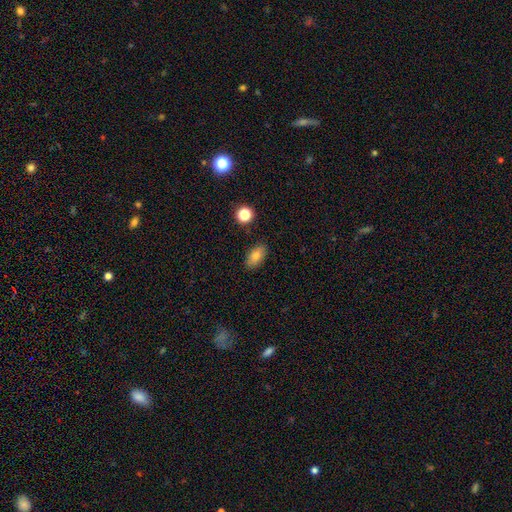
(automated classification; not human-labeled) smooth 78%, featured or disk 13%, star or artifact 9%. Down the decision tree: how rounded — in between (90%); merging — none (87%).